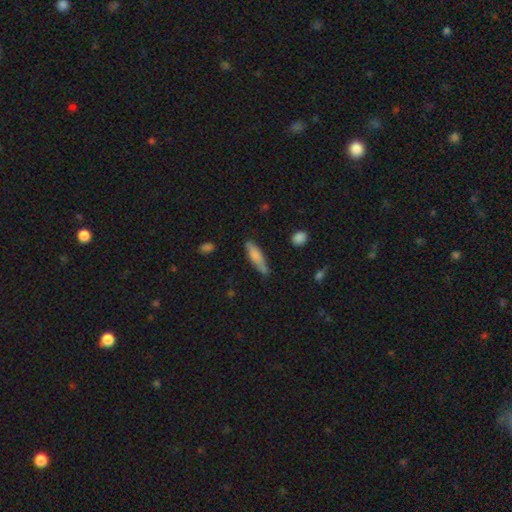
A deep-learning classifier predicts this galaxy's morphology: Smooth or featured?
  - smooth: 76% *
  - featured or disk: 18%
  - star or artifact: 6%
How rounded?
  - cigar-shaped: 65% *
  - in between: 33%
  - round: 2%
Merging?
  - none: 66% *
  - minor disturbance: 24%
  - major disturbance: 5%
  - merger: 5%